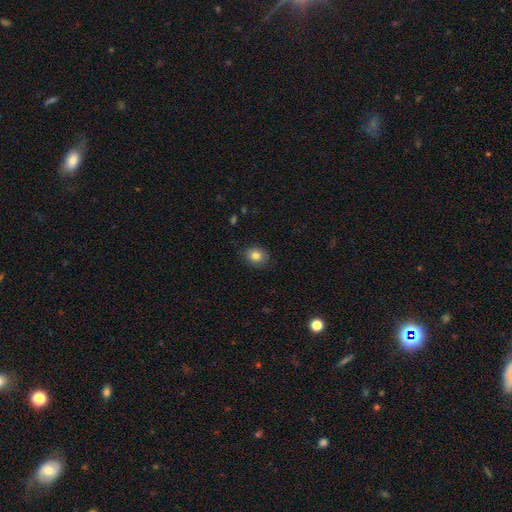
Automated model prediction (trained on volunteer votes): Morphology: type=smooth (83%); roundness=round (63%); merging=none (87%).